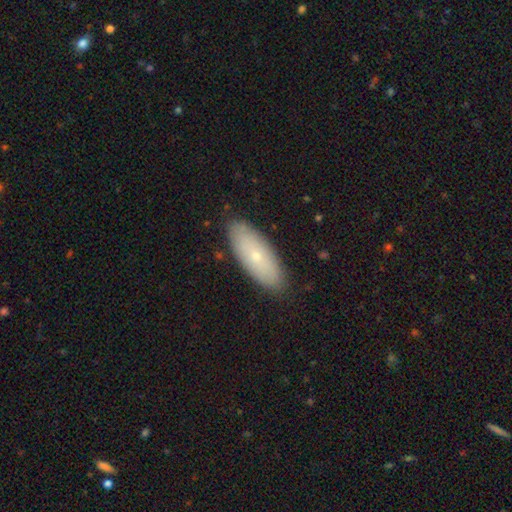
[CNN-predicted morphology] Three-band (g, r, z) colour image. It shows a smooth galaxy with no disk features (64%) that is in between round and cigar-shaped (77%). Merging: none (87%).